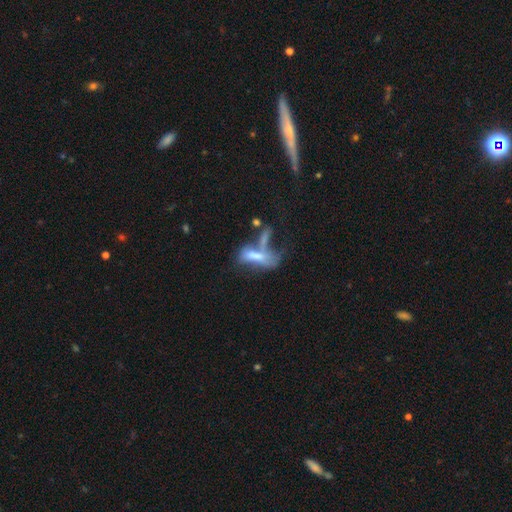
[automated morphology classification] Smooth or featured?
  - smooth: 45% *
  - featured or disk: 41%
  - star or artifact: 14%
Merging?
  - merger: 48% *
  - major disturbance: 27%
  - none: 15%
  - minor disturbance: 10%